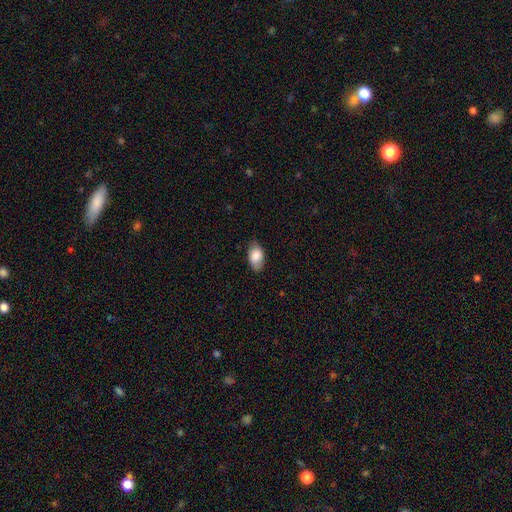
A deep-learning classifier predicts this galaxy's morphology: type=smooth (83%); roundness=in between (93%); merging=none (81%).